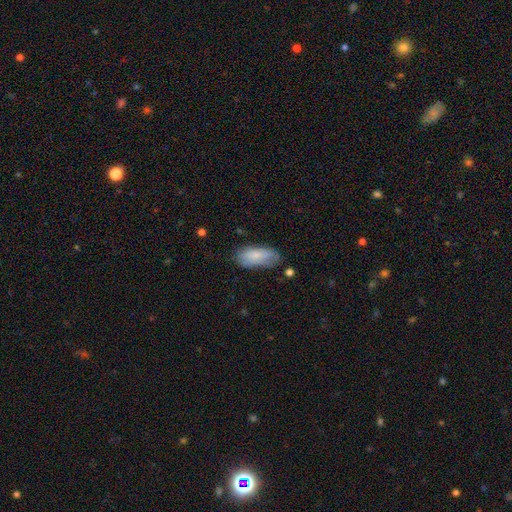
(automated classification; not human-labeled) A smooth galaxy with no disk features (76%) that is in between round and cigar-shaped (86%). Merging: none (62%).